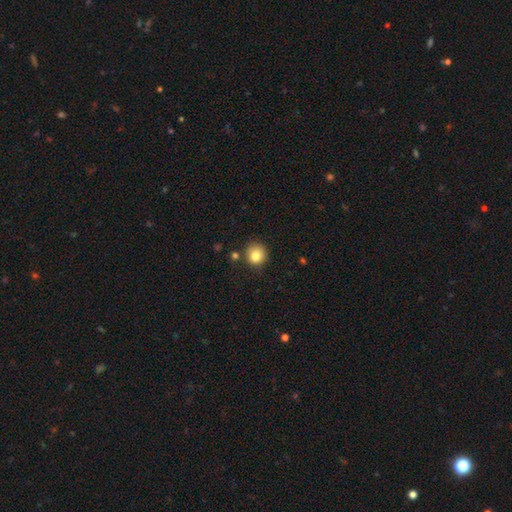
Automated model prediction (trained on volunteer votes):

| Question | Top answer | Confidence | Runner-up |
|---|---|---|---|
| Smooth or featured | smooth | 83% | star or artifact (11%) |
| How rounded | round | 89% | in between (10%) |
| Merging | none | 80% | minor disturbance (13%) |